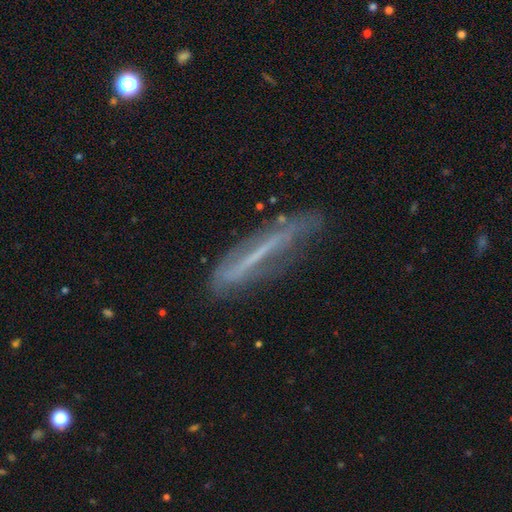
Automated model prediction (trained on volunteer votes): Q: Smooth or featured?
A: featured or disk (59%); runner-up: smooth (31%)
Q: Edge-on disk?
A: yes (66%); runner-up: no (34%)
Q: Merging?
A: none (58%); runner-up: minor disturbance (27%)